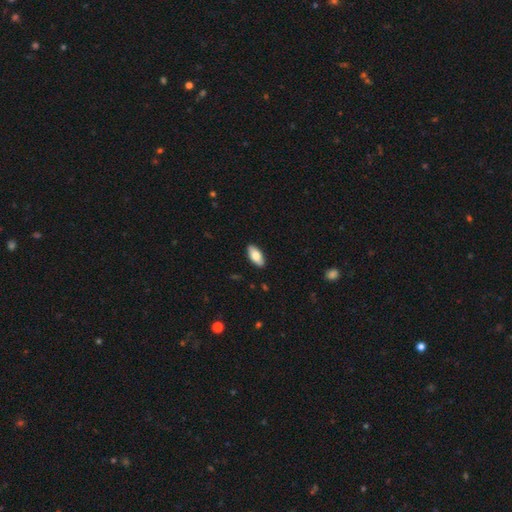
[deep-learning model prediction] This is likely a smooth galaxy (78%). How rounded: clearly in between (89%). Merging: clearly none (90%).